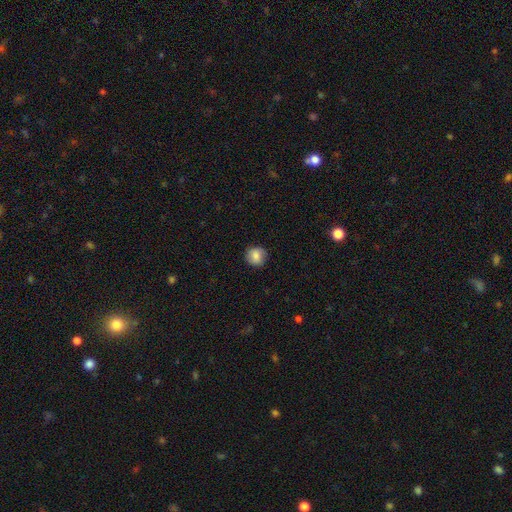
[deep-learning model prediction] Smooth or featured? Predicted: smooth (p=0.82). How rounded? Predicted: round (p=0.89). Merging? Predicted: none (p=0.86).